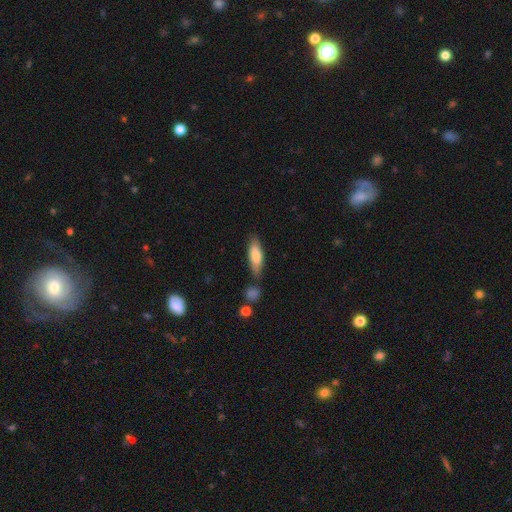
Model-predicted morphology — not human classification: smooth 77%, featured or disk 17%, star or artifact 6%. Down the decision tree: how rounded — in between (52%); merging — none (67%).